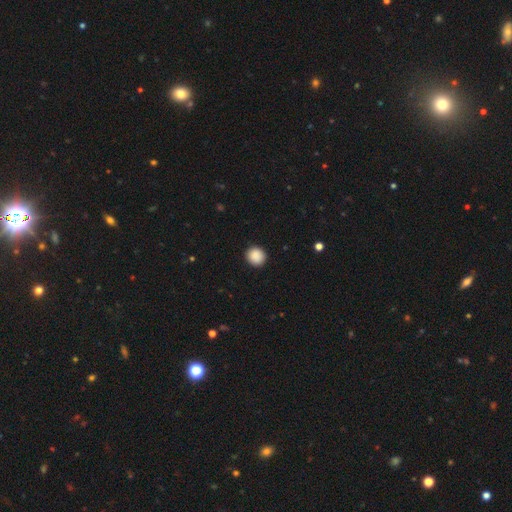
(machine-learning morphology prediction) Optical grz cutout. It shows a smooth galaxy with no disk features (90%) that is round (91%). Merging: none (92%).